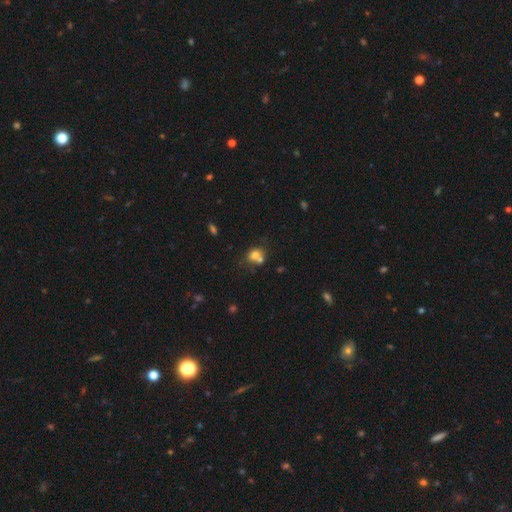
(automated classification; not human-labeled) Q: Smooth or featured?
A: smooth (72%); runner-up: featured or disk (14%)
Q: How rounded?
A: round (71%); runner-up: in between (28%)
Q: Merging?
A: none (44%); runner-up: merger (41%)